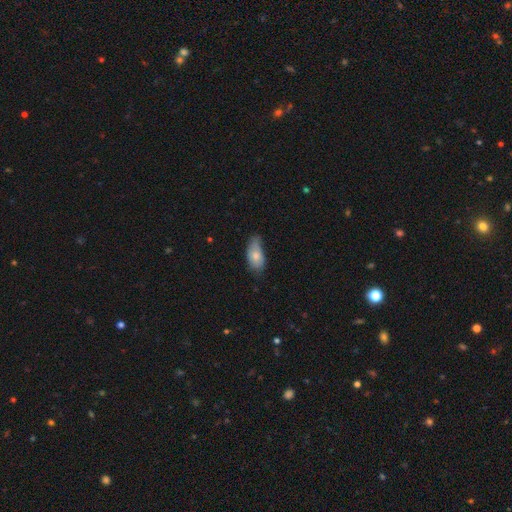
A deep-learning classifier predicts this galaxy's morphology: smooth_or_featured: smooth (p=0.77) [alt: featured or disk p=0.16]
how_rounded: in between (p=0.91) [alt: cigar-shaped p=0.06]
merging: minor disturbance (p=0.43) [alt: none p=0.42]